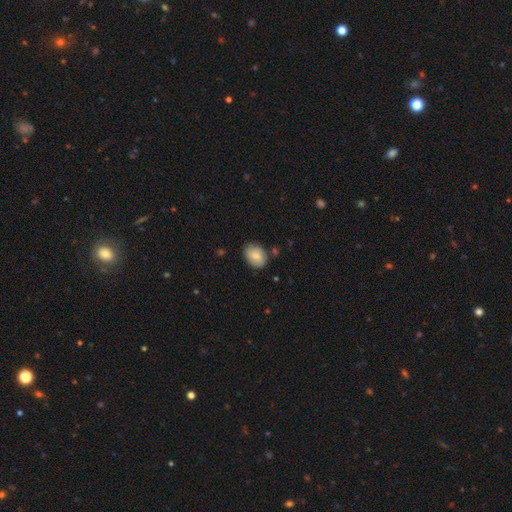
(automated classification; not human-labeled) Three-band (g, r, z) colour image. It shows a smooth galaxy with no disk features (76%) that is in between round and cigar-shaped (66%). Merging: none (75%).